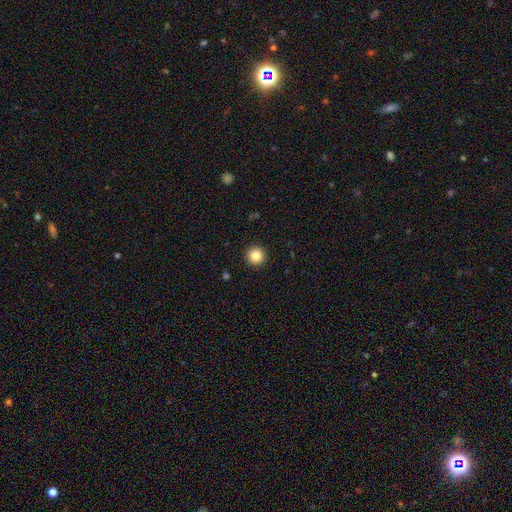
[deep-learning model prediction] Smooth or featured? smooth (84%)
How rounded? round (96%)
Merging? none (93%)